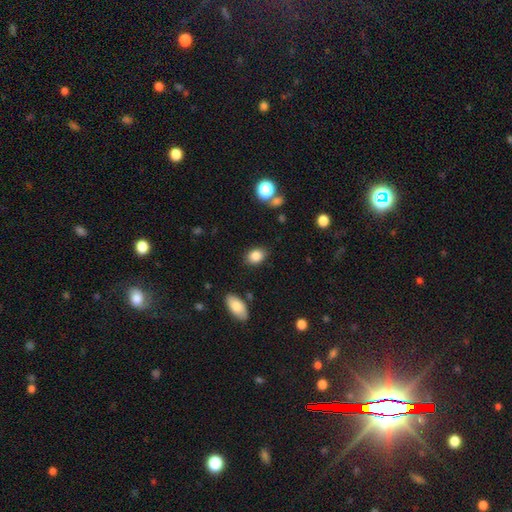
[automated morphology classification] A smooth galaxy with no disk features (85%) that is in between round and cigar-shaped (69%). Merging: none (83%).